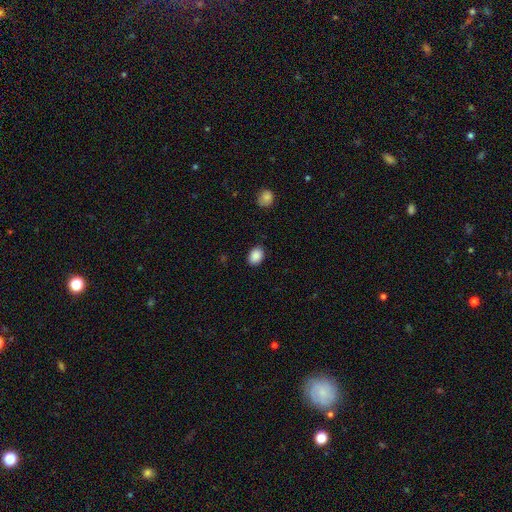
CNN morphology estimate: Smooth or featured? Predicted: smooth (p=0.89). How rounded? Predicted: in between (p=0.65). Merging? Predicted: none (p=0.88).